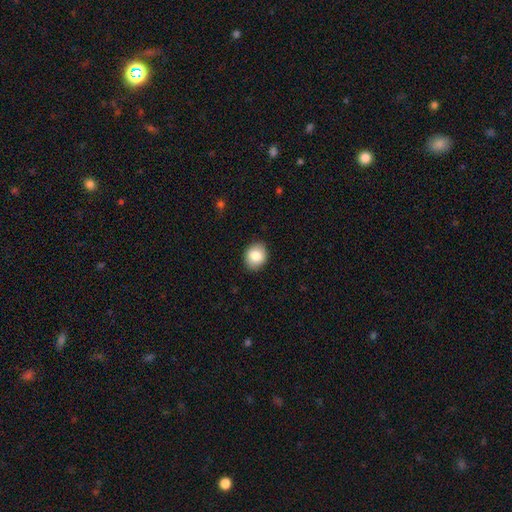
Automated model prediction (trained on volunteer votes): smooth 82%, featured or disk 10%, star or artifact 8%. Down the decision tree: how rounded — round (50%); merging — none (88%).